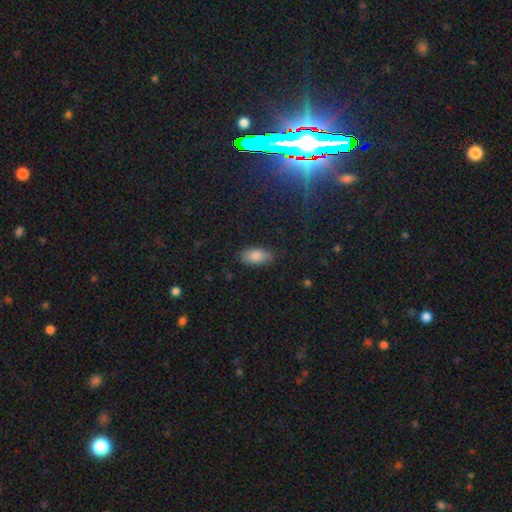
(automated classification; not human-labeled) Overall: smooth (83%). How rounded: in between (90%). Merging: none (83%).